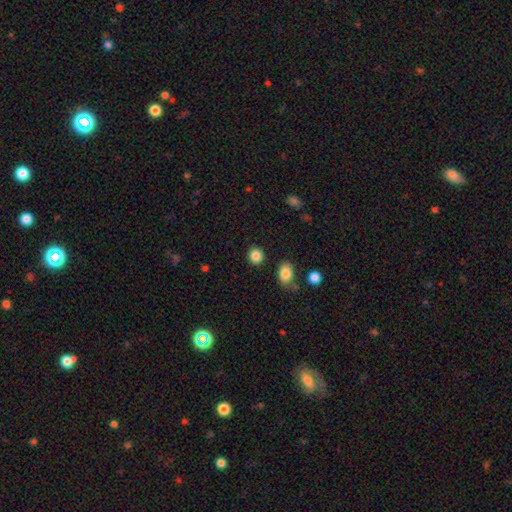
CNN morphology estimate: smooth-or-featured: smooth: 86% | star or artifact: 10% | featured or disk: 4%
  how-rounded: round: 84% | in between: 15% | cigar-shaped: 1%
  merging: none: 89% | minor disturbance: 6% | merger: 3% | major disturbance: 2%